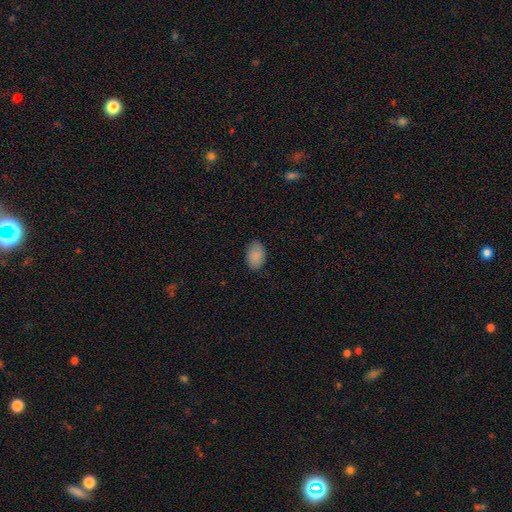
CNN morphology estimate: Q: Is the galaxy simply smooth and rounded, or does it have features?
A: smooth — 87%.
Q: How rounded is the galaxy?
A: in between — 85%.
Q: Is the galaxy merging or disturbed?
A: none — 81%.